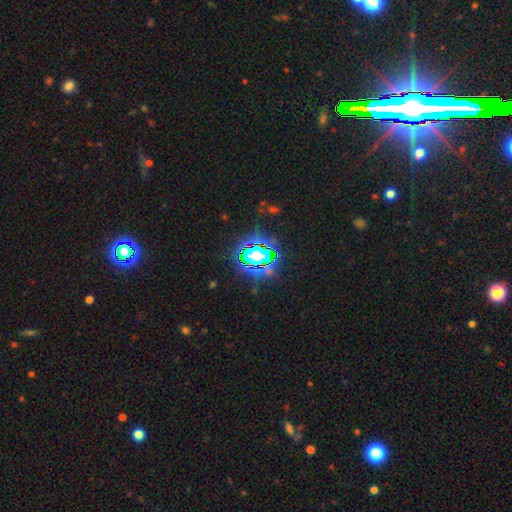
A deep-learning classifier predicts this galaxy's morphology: Smooth or featured? Predicted: star or artifact (p=0.81).